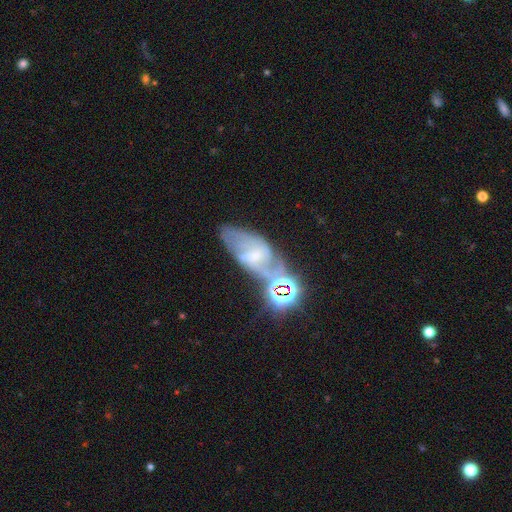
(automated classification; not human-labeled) A featured or disk galaxy (57%) with a weak bar (45%), spiral arms (77%) and a small central bulge (57%). Merging: none (45%).